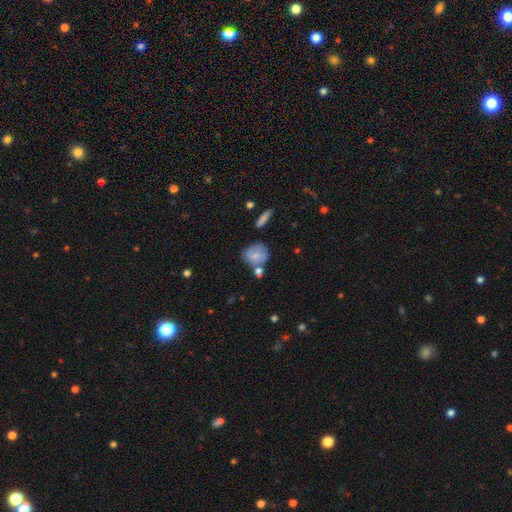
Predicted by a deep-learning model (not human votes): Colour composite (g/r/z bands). It shows a smooth galaxy with no disk features (68%) that is round (69%). Merging: none (53%).